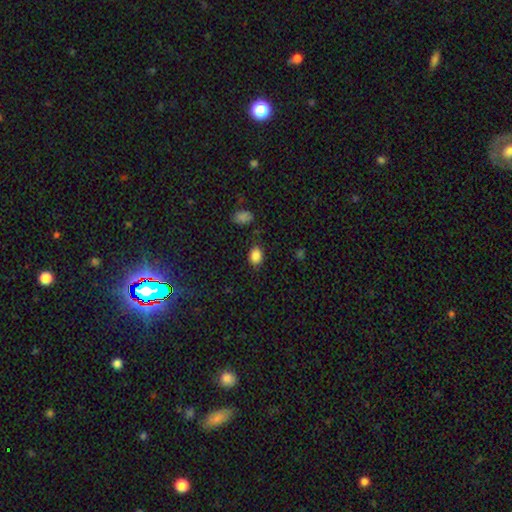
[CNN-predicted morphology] Smooth or featured?
  - smooth: 86% *
  - star or artifact: 10%
  - featured or disk: 5%
How rounded?
  - in between: 71% *
  - round: 28%
  - cigar-shaped: 1%
Merging?
  - none: 84% *
  - minor disturbance: 11%
  - major disturbance: 3%
  - merger: 2%